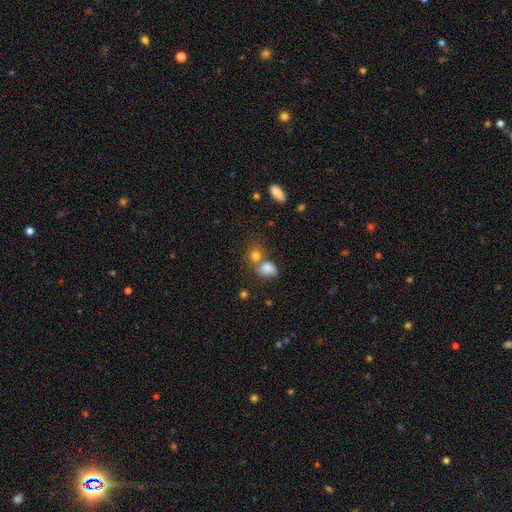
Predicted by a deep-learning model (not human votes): Smooth or featured? smooth (79%)
How rounded? round (63%)
Merging? none (44%)